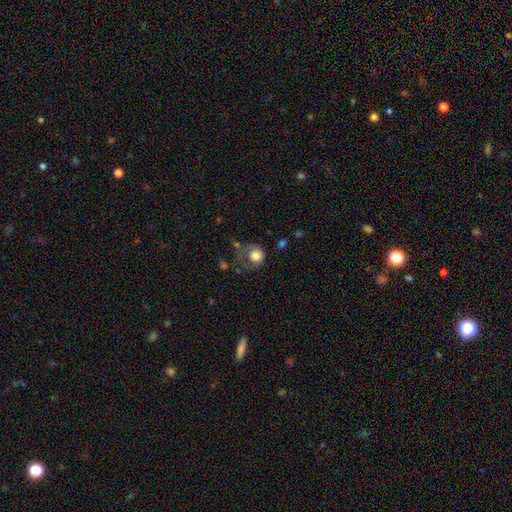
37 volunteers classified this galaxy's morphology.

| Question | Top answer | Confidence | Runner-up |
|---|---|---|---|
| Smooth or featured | smooth | 89% | featured or disk (11%) |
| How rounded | round | 91% | in between (9%) |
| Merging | major disturbance | 35% | none (32%) |